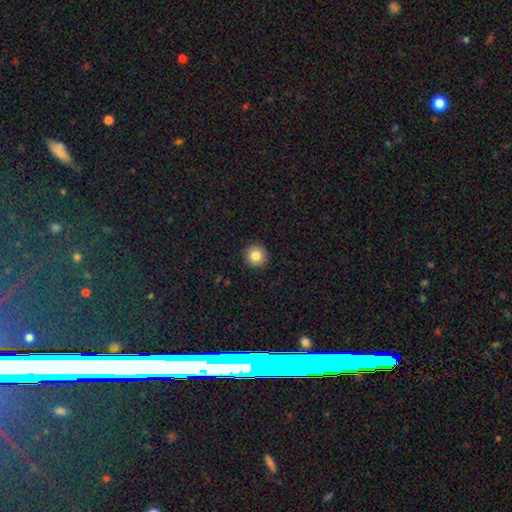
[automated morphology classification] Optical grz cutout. It shows a smooth galaxy with no disk features (85%) that is round (95%). Merging: none (93%).